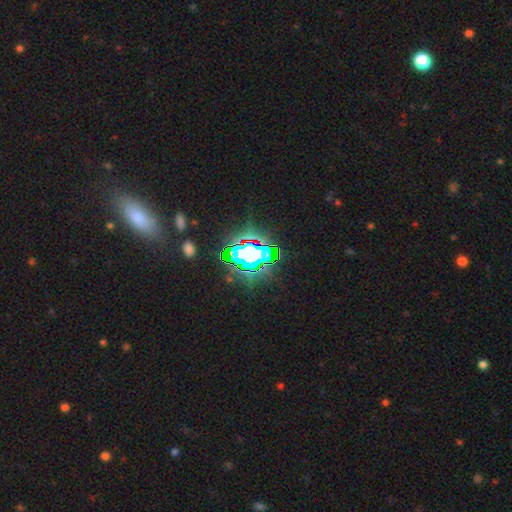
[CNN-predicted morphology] The model was most divided on "smooth or featured": star or artifact: 74%, smooth: 14%, featured or disk: 12%.